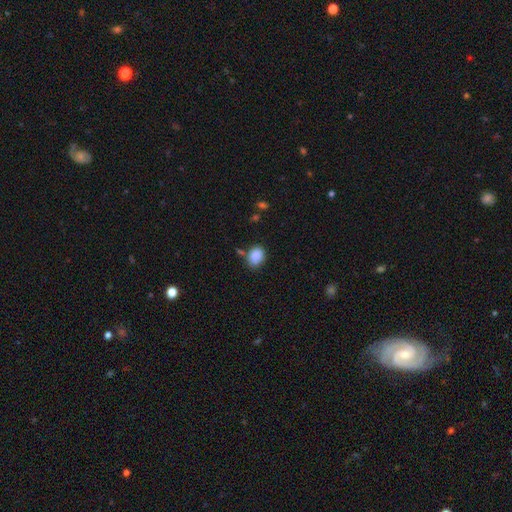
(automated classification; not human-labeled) smooth_or_featured: smooth (p=0.88) [alt: star or artifact p=0.08]
how_rounded: in between (p=0.67) [alt: round p=0.31]
merging: none (p=0.72) [alt: minor disturbance p=0.16]